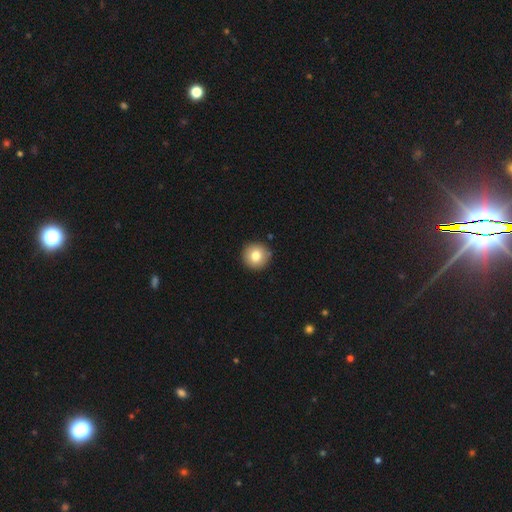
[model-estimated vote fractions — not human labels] smooth_or_featured: smooth (p=0.79) [alt: featured or disk p=0.12]
how_rounded: round (p=0.95) [alt: in between p=0.04]
merging: none (p=0.91) [alt: minor disturbance p=0.06]